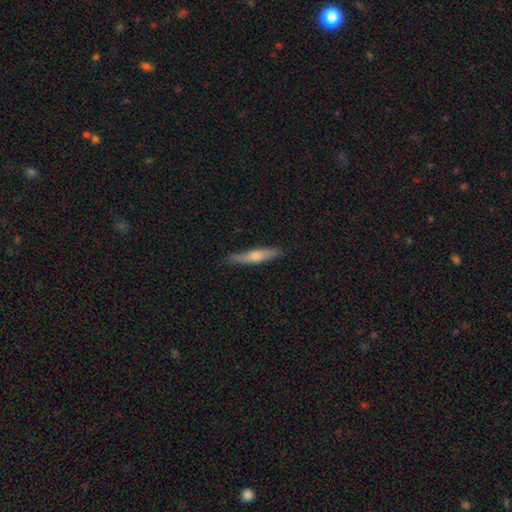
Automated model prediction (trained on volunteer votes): smooth-or-featured: smooth: 50% | featured or disk: 44% | star or artifact: 6%
  how-rounded: cigar-shaped: 88% | in between: 11% | round: 2%
  merging: none: 86% | minor disturbance: 11% | major disturbance: 2% | merger: 1%